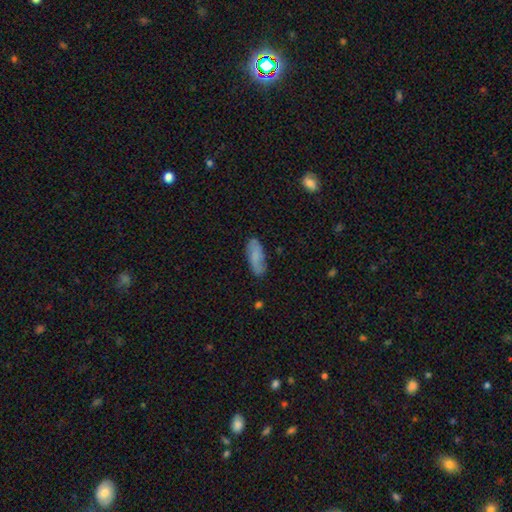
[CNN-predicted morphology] Q: Smooth or featured?
A: smooth (72%); runner-up: featured or disk (21%)
Q: How rounded?
A: in between (73%); runner-up: cigar-shaped (25%)
Q: Merging?
A: none (78%); runner-up: minor disturbance (17%)